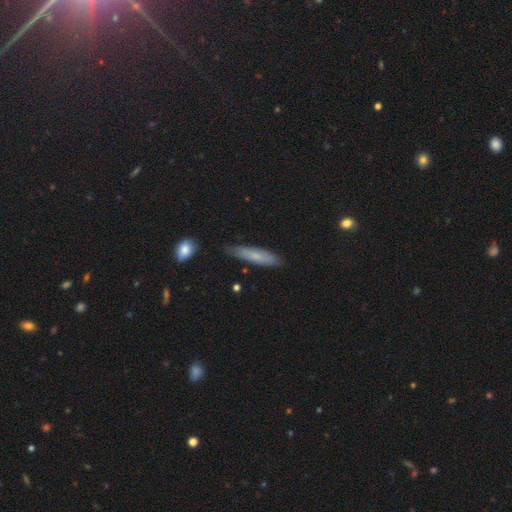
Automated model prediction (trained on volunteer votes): Morphology: type=smooth (68%); roundness=cigar-shaped (82%); merging=none (82%).